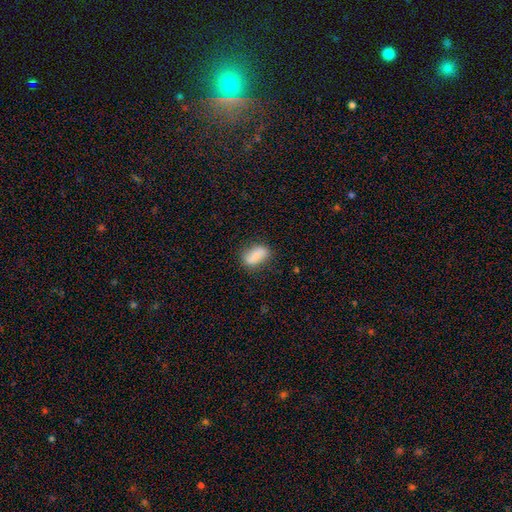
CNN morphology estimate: A smooth galaxy with no disk features (79%) that is in between round and cigar-shaped (85%).

Vote fractions:
- Smooth or featured? smooth: 79% / featured or disk: 14% / star or artifact: 7%
- How rounded? in between: 85% / cigar-shaped: 7% / round: 7%
- Merging? none: 73% / minor disturbance: 19% / major disturbance: 5% / merger: 3%